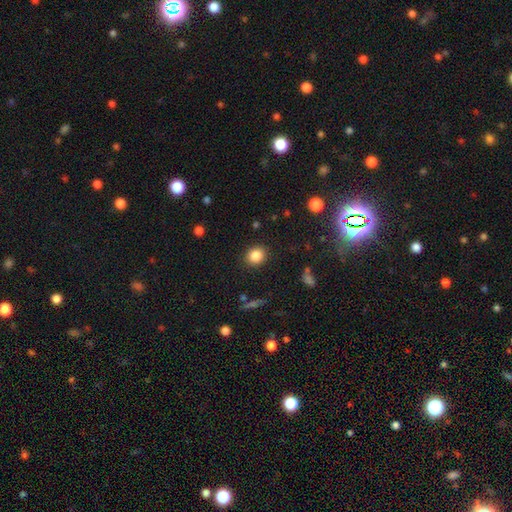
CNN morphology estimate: smooth 85%, star or artifact 10%, featured or disk 5%. Down the decision tree: how rounded — round (68%); merging — none (89%).